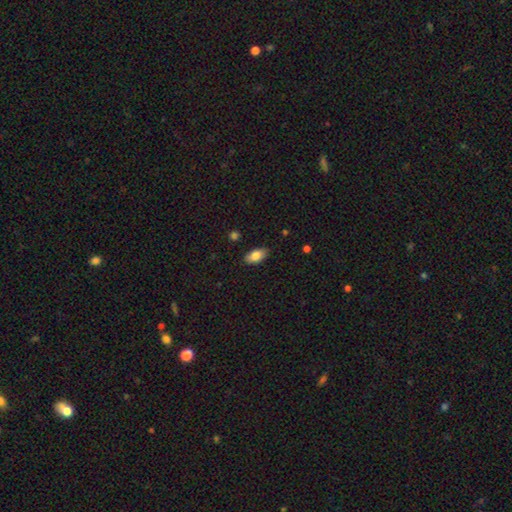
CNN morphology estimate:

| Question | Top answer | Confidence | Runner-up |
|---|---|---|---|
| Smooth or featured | smooth | 80% | featured or disk (13%) |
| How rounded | in between | 91% | cigar-shaped (5%) |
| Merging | none | 86% | minor disturbance (11%) |